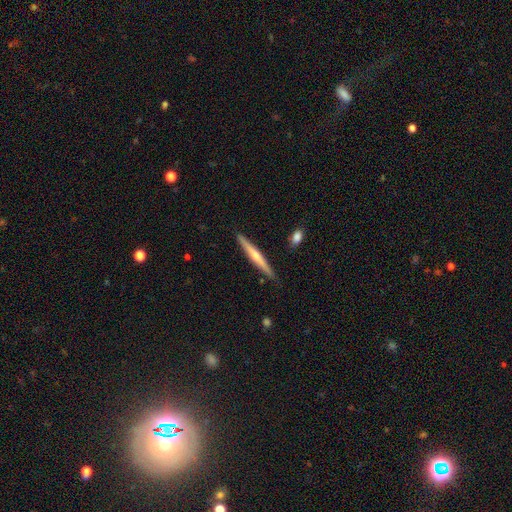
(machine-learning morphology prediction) featured or disk 60%, smooth 35%, star or artifact 5%. Down the decision tree: edge-on disk — yes (97%); edge-on bulge — rounded (73%); merging — none (89%).